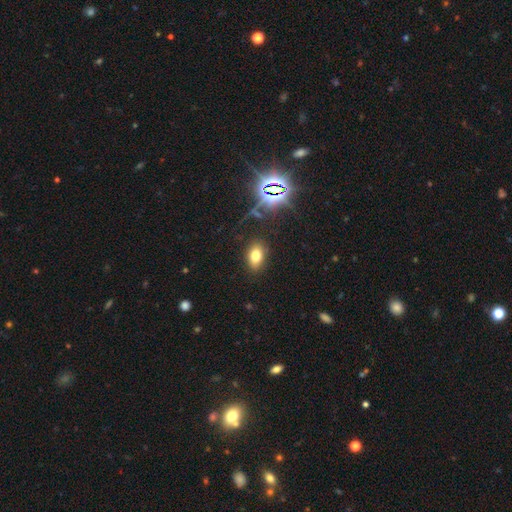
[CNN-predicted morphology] Smooth or featured?
  - smooth: 69% *
  - star or artifact: 20%
  - featured or disk: 11%
How rounded?
  - in between: 86% *
  - round: 12%
  - cigar-shaped: 3%
Merging?
  - none: 86% *
  - minor disturbance: 9%
  - major disturbance: 3%
  - merger: 2%